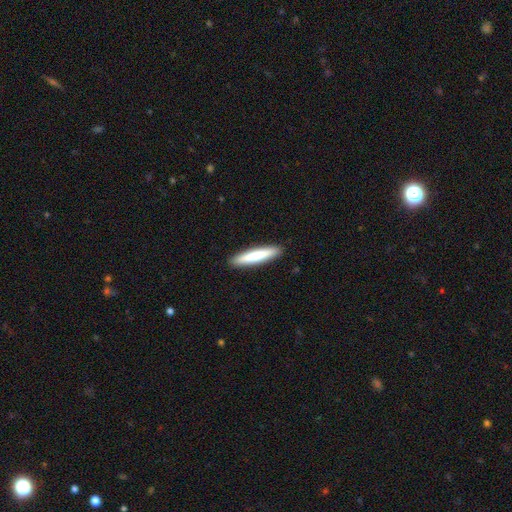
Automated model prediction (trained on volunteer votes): Smooth or featured?
  - smooth: 75% *
  - featured or disk: 20%
  - star or artifact: 5%
How rounded?
  - cigar-shaped: 91% *
  - in between: 8%
  - round: 1%
Merging?
  - none: 92% *
  - minor disturbance: 6%
  - major disturbance: 1%
  - merger: 1%